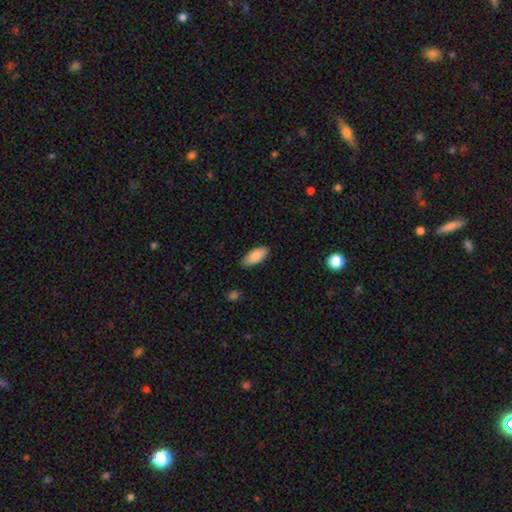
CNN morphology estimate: Smooth or featured? smooth (88%)
How rounded? in between (85%)
Merging? none (82%)